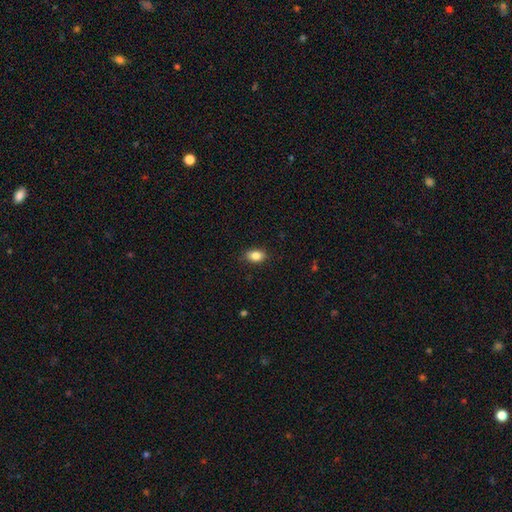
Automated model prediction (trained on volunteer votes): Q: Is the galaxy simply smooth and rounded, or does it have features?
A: smooth — 85%.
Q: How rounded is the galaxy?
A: in between — 84%.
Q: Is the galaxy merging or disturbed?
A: none — 86%.